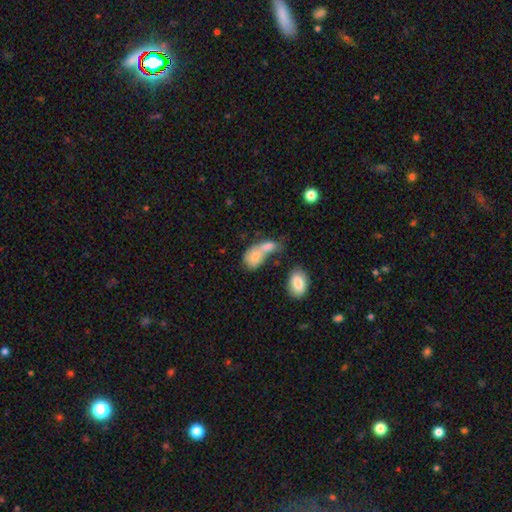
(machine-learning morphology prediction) type=smooth (76%); roundness=in between (80%); merging=merger (63%).